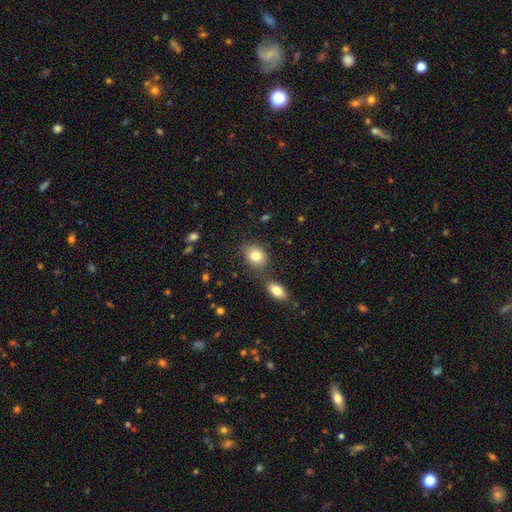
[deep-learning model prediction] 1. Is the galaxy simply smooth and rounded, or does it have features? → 82% smooth, 9% star or artifact, 9% featured or disk.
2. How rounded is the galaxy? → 52% in between, 47% round, 1% cigar-shaped.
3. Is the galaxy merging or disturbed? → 69% none, 15% merger, 12% minor disturbance, 4% major disturbance.